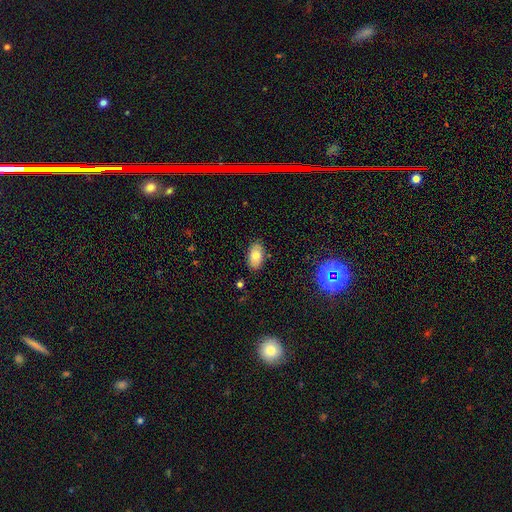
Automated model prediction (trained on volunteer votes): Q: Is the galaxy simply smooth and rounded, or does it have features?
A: smooth — 74%.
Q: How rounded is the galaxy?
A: in between — 93%.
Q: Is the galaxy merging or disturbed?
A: none — 85%.